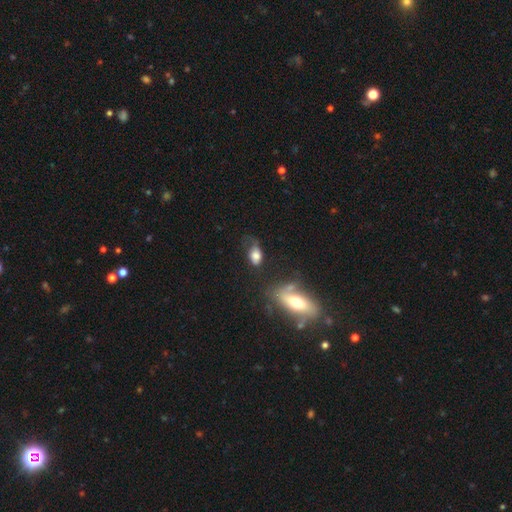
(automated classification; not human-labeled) This is likely a smooth galaxy (73%). How rounded: clearly in between (85%). Merging: marginally none (33%).